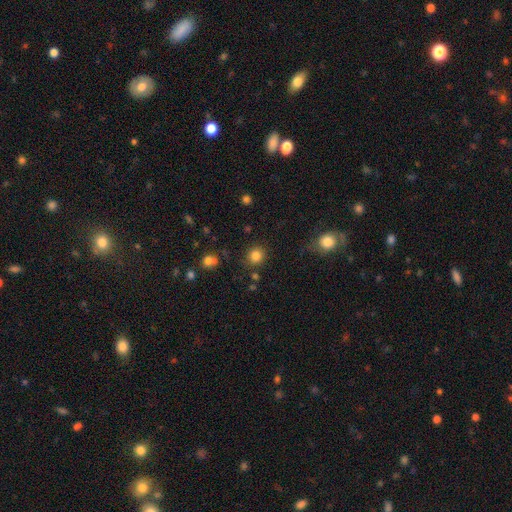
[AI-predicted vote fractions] A smooth galaxy with no disk features (83%) that is round (89%).

Vote fractions:
- Smooth or featured? smooth: 83% / star or artifact: 12% / featured or disk: 5%
- How rounded? round: 89% / in between: 11% / cigar-shaped: 1%
- Merging? none: 86% / minor disturbance: 8% / major disturbance: 3% / merger: 3%